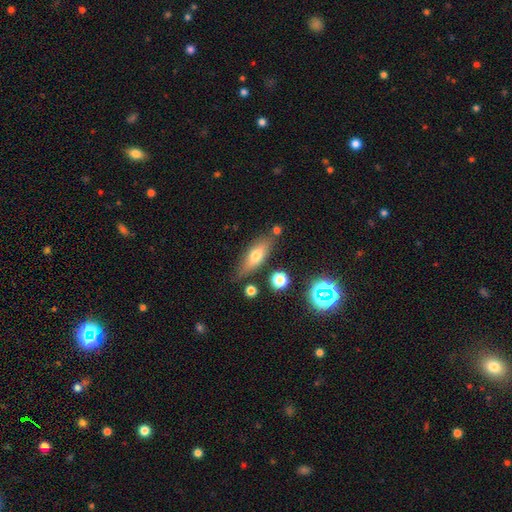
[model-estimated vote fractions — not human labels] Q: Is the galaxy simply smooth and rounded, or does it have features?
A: smooth — 59%.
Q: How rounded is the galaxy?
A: in between — 59%.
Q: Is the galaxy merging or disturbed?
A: none — 72%.